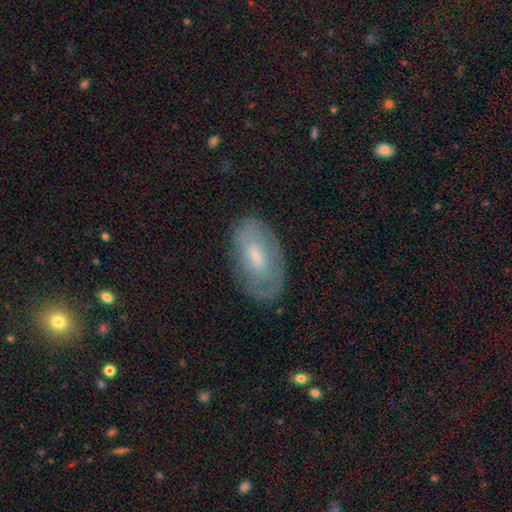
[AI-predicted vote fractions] Smooth or featured?
  - featured or disk: 53% *
  - smooth: 39%
  - star or artifact: 8%
Edge-on disk?
  - no: 92% *
  - yes: 8%
Merging?
  - none: 73% *
  - minor disturbance: 19%
  - major disturbance: 7%
  - merger: 1%